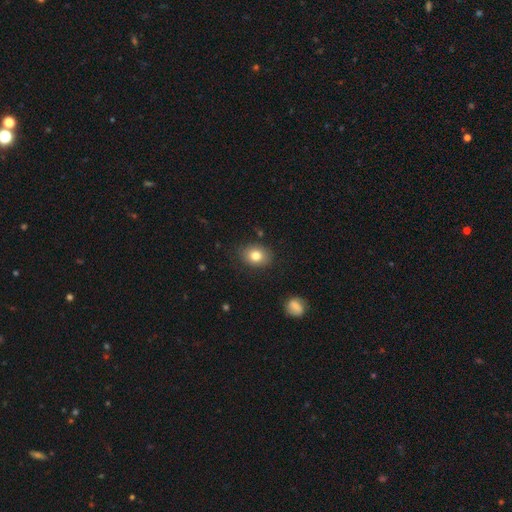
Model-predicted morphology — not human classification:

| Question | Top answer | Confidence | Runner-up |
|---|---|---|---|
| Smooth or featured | smooth | 79% | featured or disk (11%) |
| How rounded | in between | 53% | round (47%) |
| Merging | none | 84% | minor disturbance (11%) |